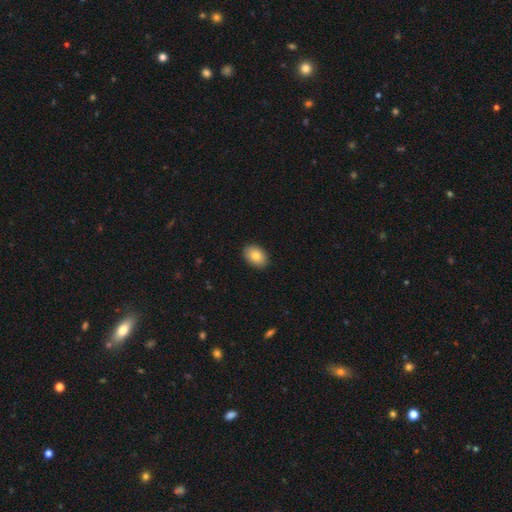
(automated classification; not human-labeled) Smooth or featured?
  - smooth: 83% *
  - featured or disk: 10%
  - star or artifact: 7%
How rounded?
  - in between: 83% *
  - round: 16%
  - cigar-shaped: 1%
Merging?
  - none: 90% *
  - minor disturbance: 7%
  - major disturbance: 2%
  - merger: 1%